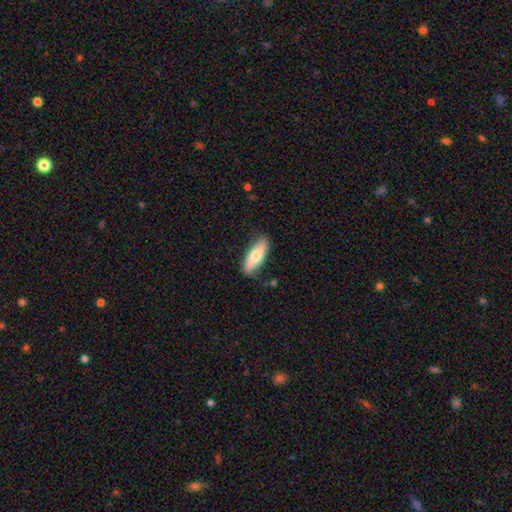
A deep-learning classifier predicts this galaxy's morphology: Q: Smooth or featured?
A: smooth (68%); runner-up: featured or disk (26%)
Q: How rounded?
A: in between (62%); runner-up: cigar-shaped (36%)
Q: Merging?
A: none (79%); runner-up: minor disturbance (16%)